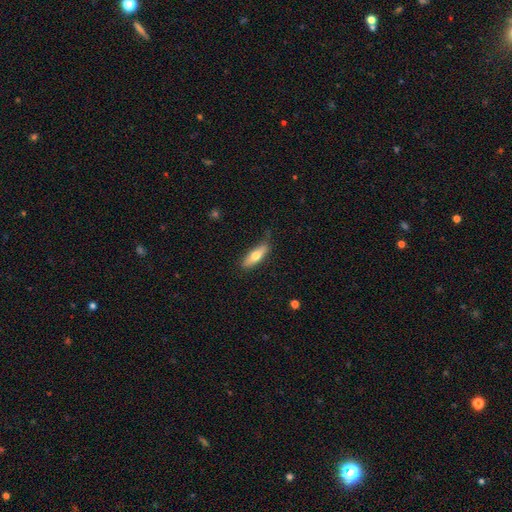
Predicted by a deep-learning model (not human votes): This is likely a smooth galaxy (65%). How rounded: possibly cigar-shaped (50%). Merging: likely none (77%).